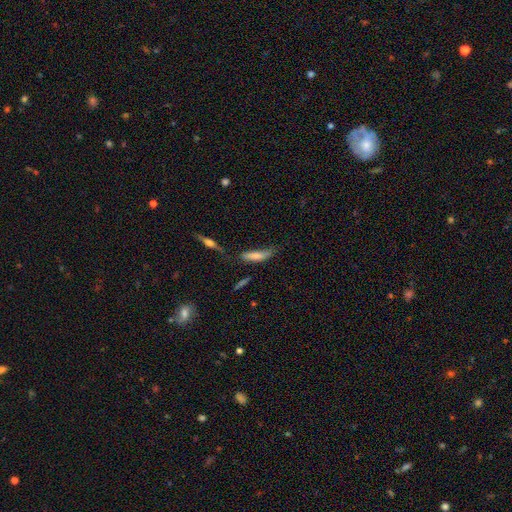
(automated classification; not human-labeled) Q: Smooth or featured?
A: smooth (71%); runner-up: featured or disk (21%)
Q: How rounded?
A: cigar-shaped (58%); runner-up: in between (39%)
Q: Merging?
A: none (44%); runner-up: minor disturbance (30%)